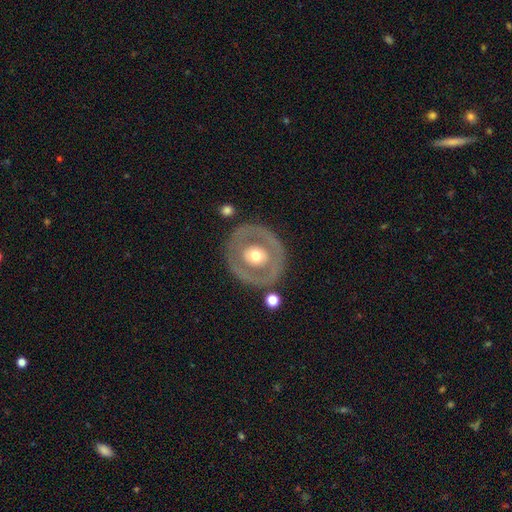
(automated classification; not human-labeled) Morphology: type=featured or disk (59%); edge-on=no (95%); bar=no (84%); spiral arms=no (88%); bulge=moderate (70%); merging=none (80%).